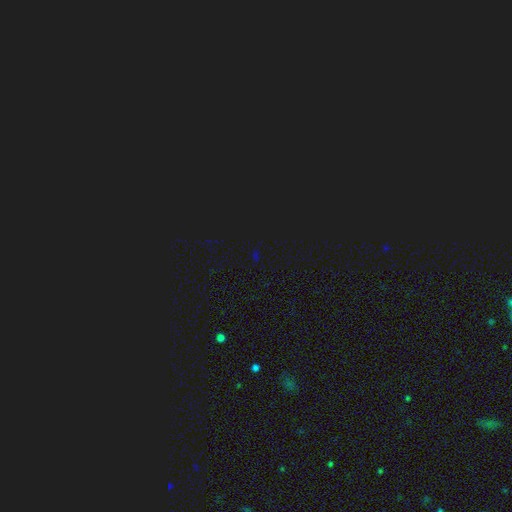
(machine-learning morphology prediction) This is likely a star or artifact rather than a galaxy (75%).